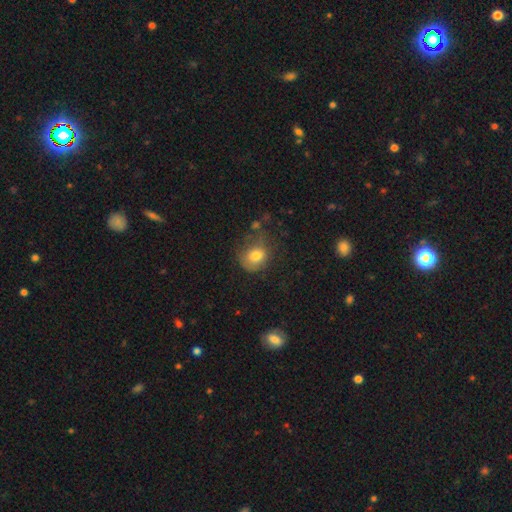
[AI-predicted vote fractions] Smooth or featured?
  - smooth: 76% *
  - featured or disk: 14%
  - star or artifact: 10%
How rounded?
  - round: 65% *
  - in between: 34%
  - cigar-shaped: 1%
Merging?
  - none: 48% *
  - minor disturbance: 28%
  - major disturbance: 20%
  - merger: 4%